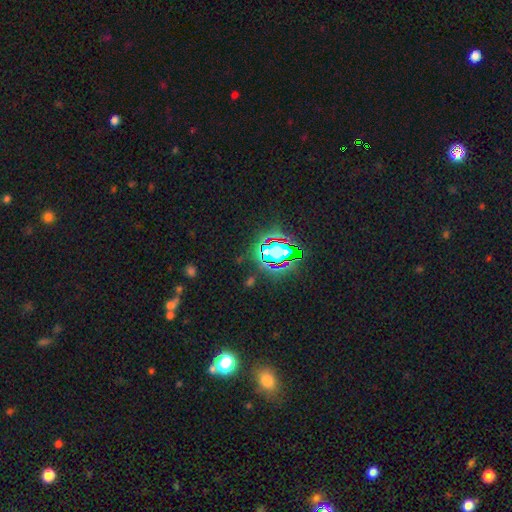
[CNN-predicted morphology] Smooth or featured: star or artifact — 80% (smooth — 12%)